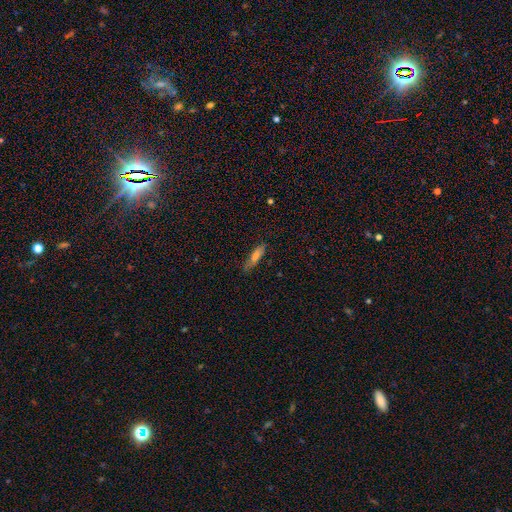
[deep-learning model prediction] Smooth or featured? smooth (63%)
How rounded? cigar-shaped (76%)
Merging? none (78%)